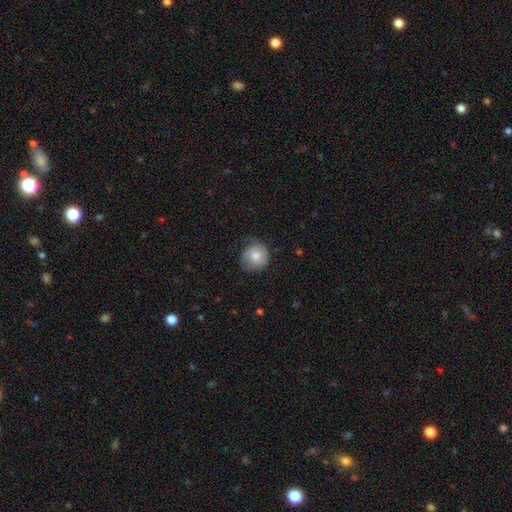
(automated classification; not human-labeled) Q: Smooth or featured?
A: smooth (70%); runner-up: featured or disk (23%)
Q: How rounded?
A: round (86%); runner-up: in between (13%)
Q: Merging?
A: none (61%); runner-up: minor disturbance (27%)